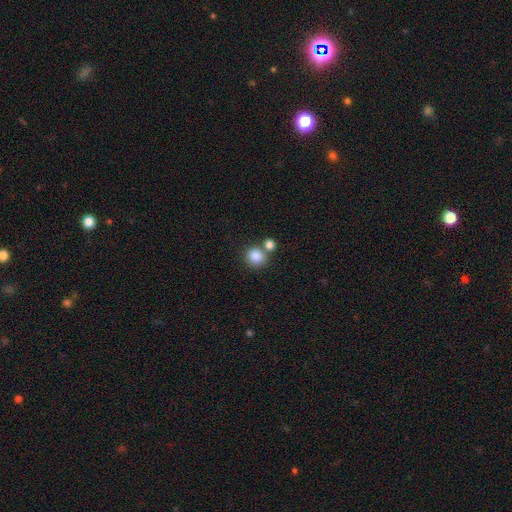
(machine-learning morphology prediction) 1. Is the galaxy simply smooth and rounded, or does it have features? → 85% smooth, 9% star or artifact, 5% featured or disk.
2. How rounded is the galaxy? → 85% round, 14% in between, 1% cigar-shaped.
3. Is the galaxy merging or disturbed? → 58% none, 30% merger, 8% minor disturbance, 3% major disturbance.